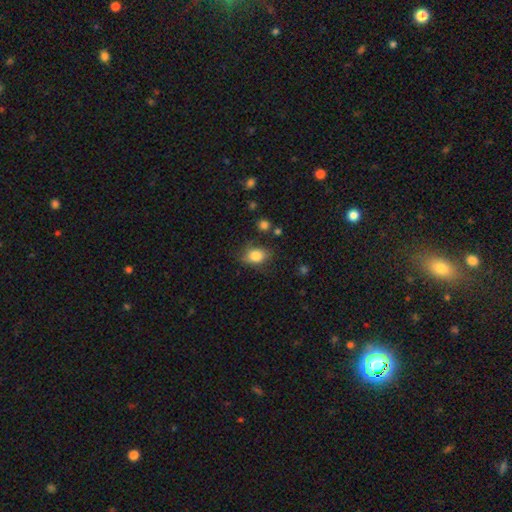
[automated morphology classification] Q: Smooth or featured?
A: smooth (82%); runner-up: star or artifact (9%)
Q: How rounded?
A: in between (68%); runner-up: round (30%)
Q: Merging?
A: none (71%); runner-up: minor disturbance (21%)